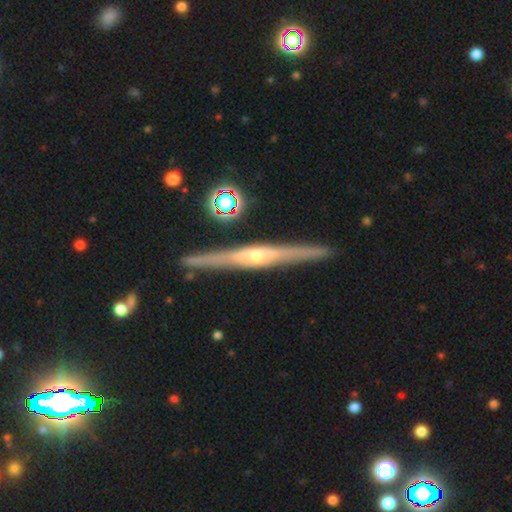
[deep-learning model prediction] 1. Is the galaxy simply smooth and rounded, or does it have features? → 81% featured or disk, 12% smooth, 7% star or artifact.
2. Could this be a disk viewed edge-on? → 98% yes, 2% no.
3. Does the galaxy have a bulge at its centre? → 82% rounded, 10% none, 8% boxy.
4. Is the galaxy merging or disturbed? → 89% none, 7% minor disturbance, 2% merger, 2% major disturbance.